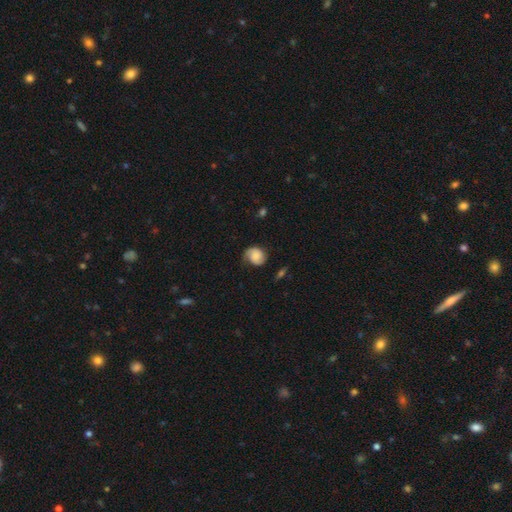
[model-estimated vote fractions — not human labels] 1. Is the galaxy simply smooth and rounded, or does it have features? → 52% featured or disk, 40% smooth, 8% star or artifact.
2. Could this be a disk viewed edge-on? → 97% no, 3% yes.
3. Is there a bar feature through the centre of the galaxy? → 70% no, 26% weak, 5% strong.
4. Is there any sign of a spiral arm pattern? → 92% yes, 8% no.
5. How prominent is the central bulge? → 34% small, 30% moderate, 20% none, 12% large, 3% dominant.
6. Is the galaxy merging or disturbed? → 59% none, 27% minor disturbance, 12% major disturbance, 2% merger.